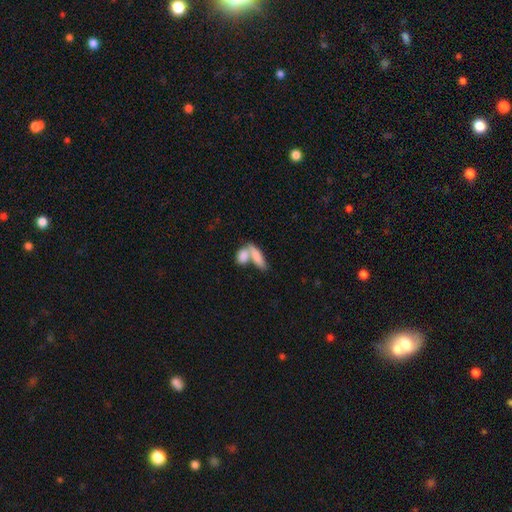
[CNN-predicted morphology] This appears to be a smooth galaxy with no disk features (80%) that is in between round and cigar-shaped (66%). Merging: merger (59%).